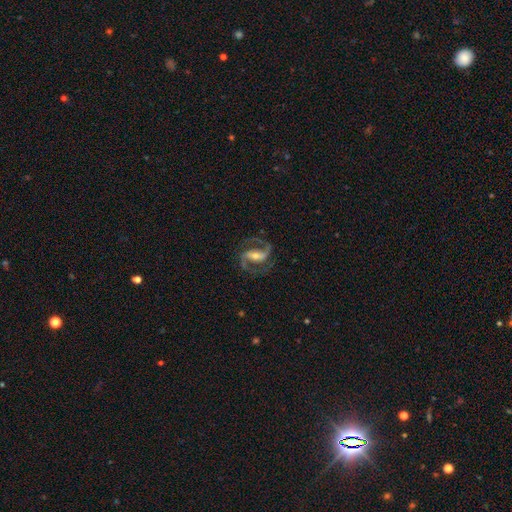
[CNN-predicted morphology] Smooth or featured?
  - featured or disk: 90% *
  - star or artifact: 5%
  - smooth: 5%
Edge-on disk?
  - no: 97% *
  - yes: 3%
Bar?
  - strong: 55% *
  - weak: 31%
  - no: 14%
Spiral arms?
  - yes: 98% *
  - no: 2%
Spiral winding?
  - medium: 62% *
  - loose: 20%
  - tight: 18%
Spiral arm count?
  - 2: 93% *
  - can't tell: 2%
  - 1: 2%
  - 3: 2%
  - 4: 1%
  - more than 4: 1%
Bulge size?
  - moderate: 48% *
  - small: 44%
  - large: 4%
  - none: 2%
  - dominant: 1%
Merging?
  - none: 79% *
  - minor disturbance: 12%
  - major disturbance: 8%
  - merger: 1%